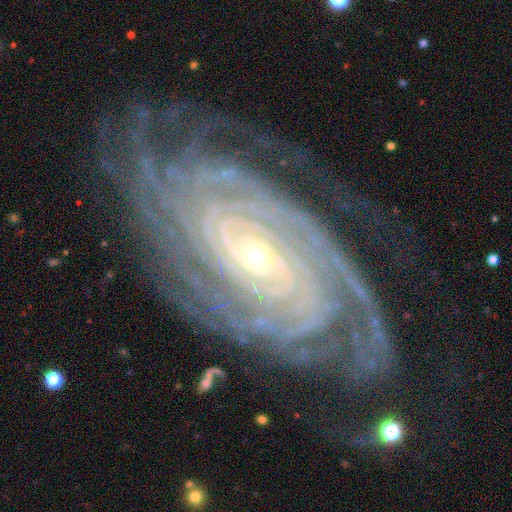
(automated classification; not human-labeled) Q: Smooth or featured?
A: featured or disk (92%); runner-up: star or artifact (5%)
Q: Edge-on disk?
A: no (96%); runner-up: yes (4%)
Q: Bar?
A: no (55%); runner-up: weak (26%)
Q: Spiral arms?
A: yes (99%); runner-up: no (1%)
Q: Spiral winding?
A: tight (82%); runner-up: medium (16%)
Q: Spiral arm count?
A: more than 4 (25%); tied with: 4 (25%)
Q: Bulge size?
A: small (74%); runner-up: moderate (23%)
Q: Merging?
A: none (77%); runner-up: minor disturbance (15%)